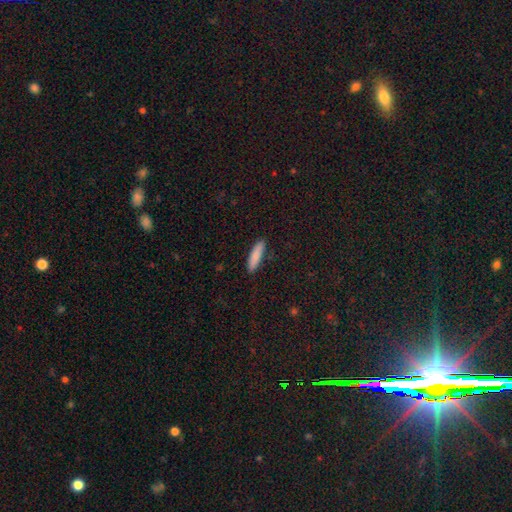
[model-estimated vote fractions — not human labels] Smooth or featured?
  - smooth: 86% *
  - featured or disk: 8%
  - star or artifact: 6%
How rounded?
  - cigar-shaped: 77% *
  - in between: 21%
  - round: 1%
Merging?
  - none: 90% *
  - minor disturbance: 7%
  - major disturbance: 2%
  - merger: 1%